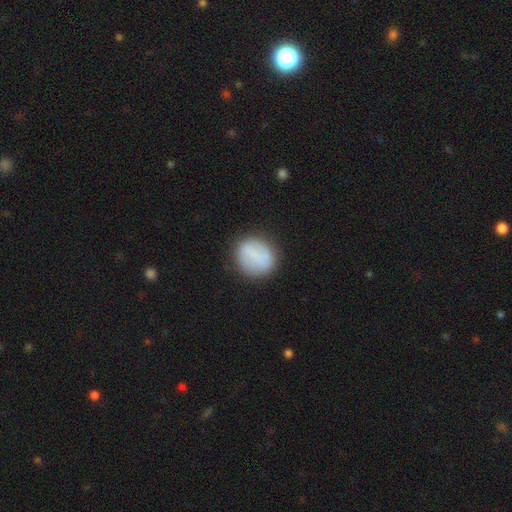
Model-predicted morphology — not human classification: A smooth galaxy with no disk features (71%) that is round (78%). Merging: none (80%).